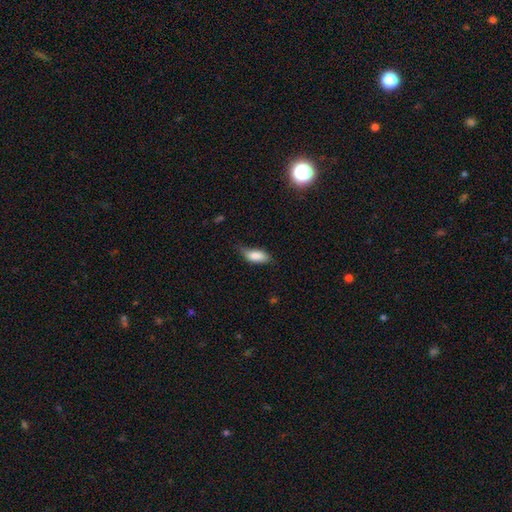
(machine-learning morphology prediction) smooth-or-featured: smooth: 81% | featured or disk: 12% | star or artifact: 7%
  how-rounded: in between: 85% | cigar-shaped: 12% | round: 3%
  merging: none: 50% | minor disturbance: 38% | major disturbance: 11% | merger: 2%